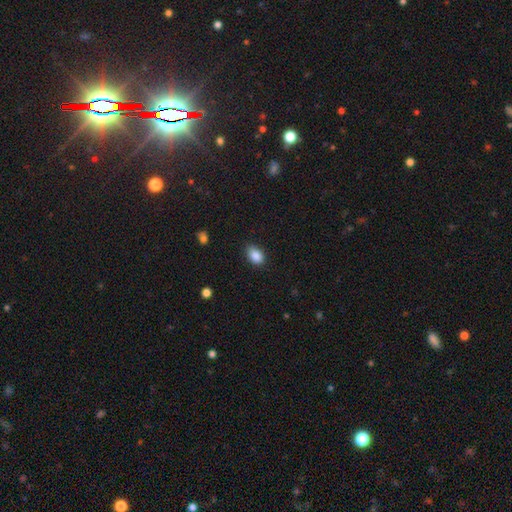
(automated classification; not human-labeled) Smooth or featured?
  - smooth: 88% *
  - star or artifact: 8%
  - featured or disk: 4%
How rounded?
  - in between: 82% *
  - round: 17%
  - cigar-shaped: 1%
Merging?
  - none: 84% *
  - minor disturbance: 13%
  - major disturbance: 3%
  - merger: 1%